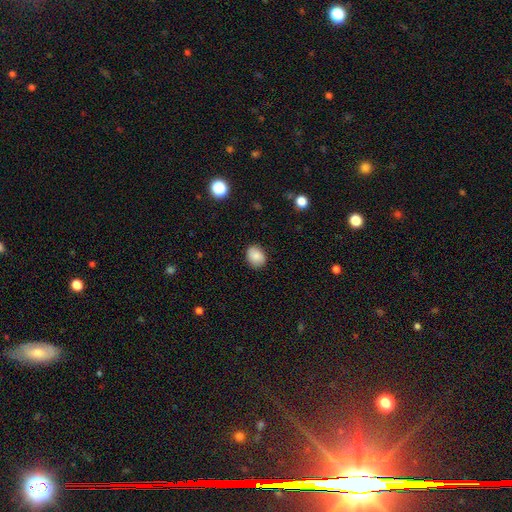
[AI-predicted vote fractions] smooth 85%, star or artifact 8%, featured or disk 7%. Down the decision tree: how rounded — in between (53%); merging — none (86%).